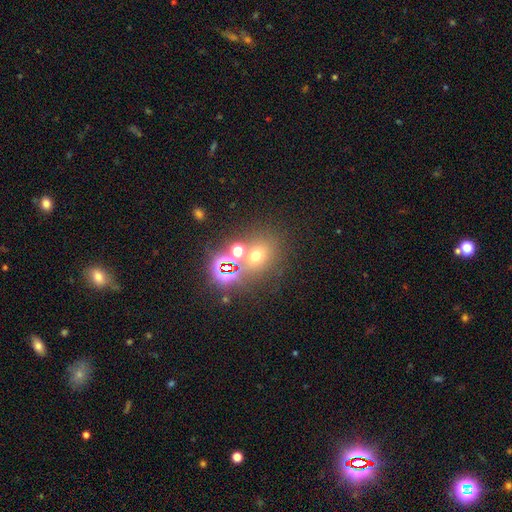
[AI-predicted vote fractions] Smooth or featured? smooth (49%)
Merging? none (64%)